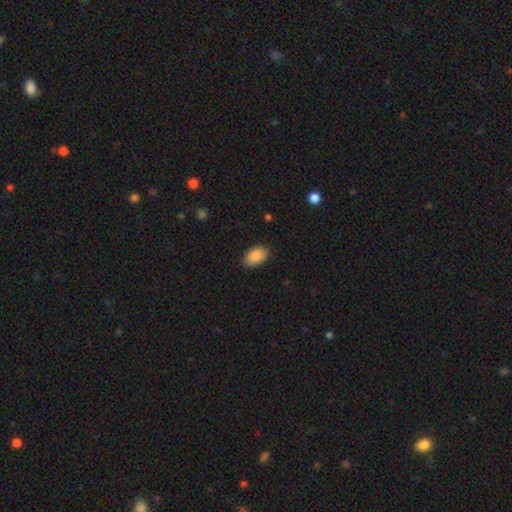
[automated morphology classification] type=smooth (89%); roundness=in between (91%); merging=none (86%).